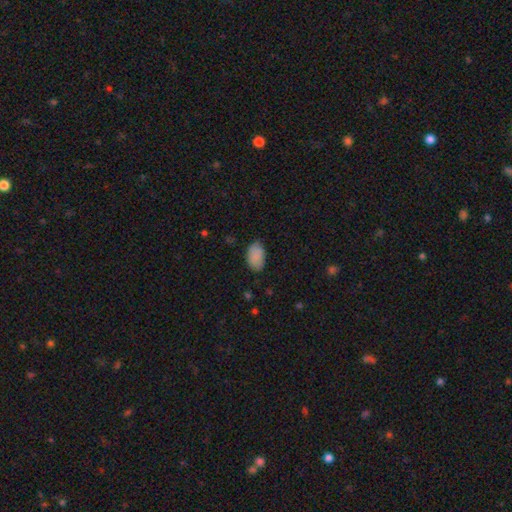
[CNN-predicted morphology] Smooth or featured: smooth — 86% (star or artifact — 7%)
How rounded: in between — 91% (round — 7%)
Merging: none — 74% (minor disturbance — 21%)